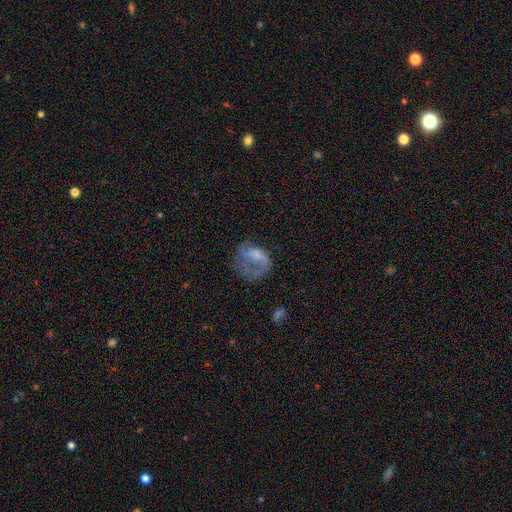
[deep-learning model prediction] Smooth or featured: featured or disk — 51% (smooth — 39%)
Edge-on disk: no — 98% (yes — 2%)
Merging: major disturbance — 48% (none — 29%)